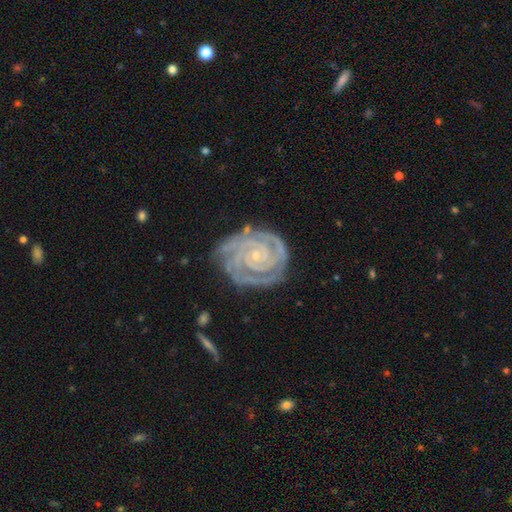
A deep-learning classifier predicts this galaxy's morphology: Smooth or featured? Predicted: featured or disk (p=0.92). Edge-on disk? Predicted: no (p=0.98). Bar? Predicted: no (p=0.71). Spiral arms? Predicted: yes (p=0.99). Spiral winding? Predicted: tight (p=0.86). Spiral arm count? Predicted: 2 (p=0.42). Bulge size? Predicted: small (p=0.84). Merging? Predicted: none (p=0.76).